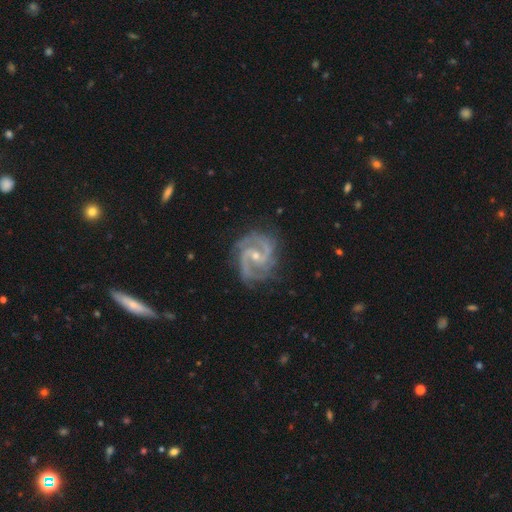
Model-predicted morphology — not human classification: A featured or disk galaxy (93%) with a weak bar (44%), 2 (78%) medium (60%) spiral arms (99%) and a small central bulge (63%). Merging: none (77%).